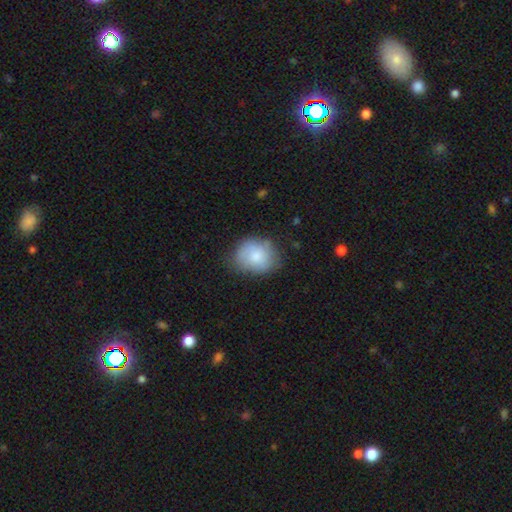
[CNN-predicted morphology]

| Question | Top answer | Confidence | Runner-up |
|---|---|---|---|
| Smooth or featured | smooth | 77% | featured or disk (16%) |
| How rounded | round | 51% | in between (48%) |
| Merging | none | 64% | minor disturbance (26%) |